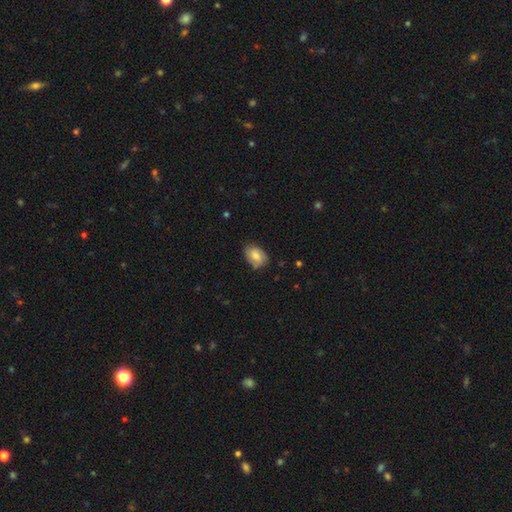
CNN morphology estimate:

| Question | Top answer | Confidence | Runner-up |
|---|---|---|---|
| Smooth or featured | smooth | 59% | featured or disk (34%) |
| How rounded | in between | 79% | round (20%) |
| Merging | none | 69% | minor disturbance (24%) |